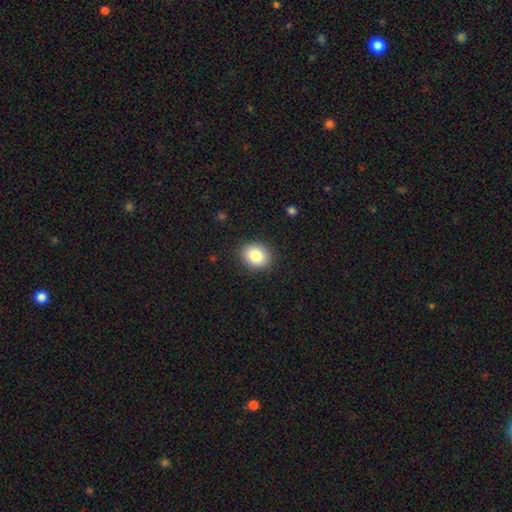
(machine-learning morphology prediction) smooth-or-featured: smooth: 84% | star or artifact: 9% | featured or disk: 7%
  how-rounded: round: 64% | in between: 35% | cigar-shaped: 1%
  merging: none: 89% | minor disturbance: 7% | major disturbance: 2% | merger: 1%